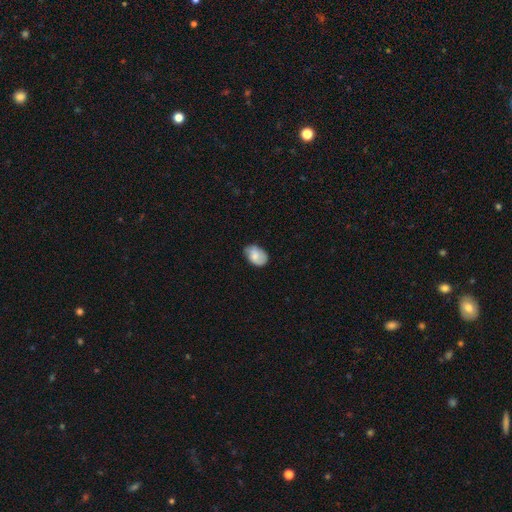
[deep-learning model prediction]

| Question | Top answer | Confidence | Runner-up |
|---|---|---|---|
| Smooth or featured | smooth | 75% | featured or disk (18%) |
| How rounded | in between | 84% | round (15%) |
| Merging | none | 68% | minor disturbance (26%) |